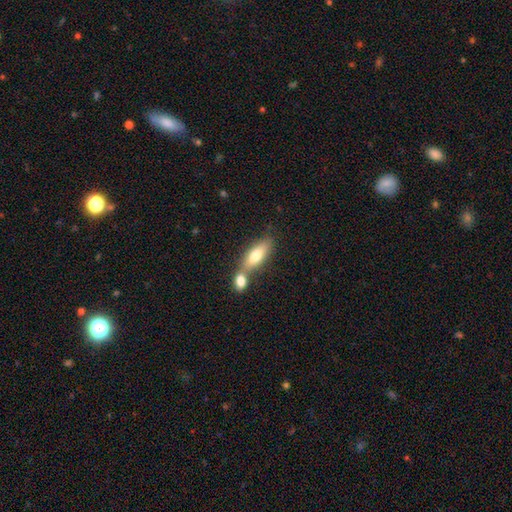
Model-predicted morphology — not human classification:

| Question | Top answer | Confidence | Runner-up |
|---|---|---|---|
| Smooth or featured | smooth | 72% | featured or disk (22%) |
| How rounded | in between | 68% | cigar-shaped (28%) |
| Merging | merger | 48% | none (39%) |